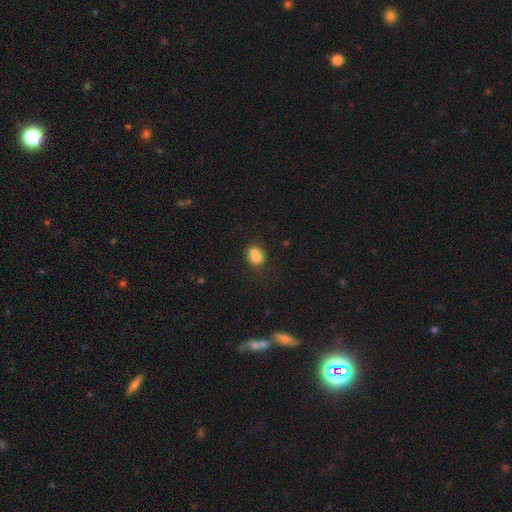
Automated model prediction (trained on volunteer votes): smooth 73%, featured or disk 16%, star or artifact 11%. Down the decision tree: how rounded — round (52%); merging — merger (45%).